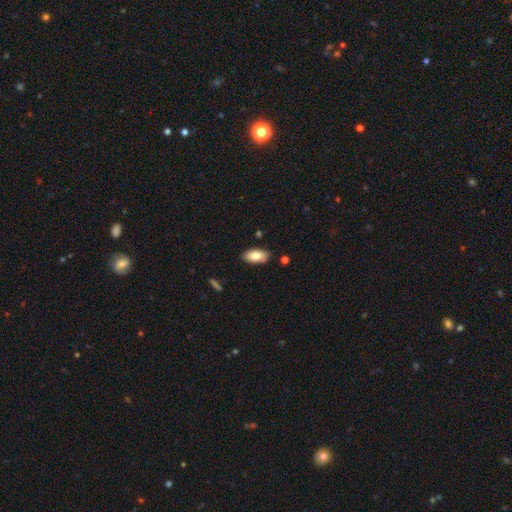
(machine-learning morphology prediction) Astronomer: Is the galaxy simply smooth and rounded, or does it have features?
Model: smooth — 81%.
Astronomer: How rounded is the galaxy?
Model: in between — 92%.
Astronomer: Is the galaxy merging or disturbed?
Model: none — 85%.